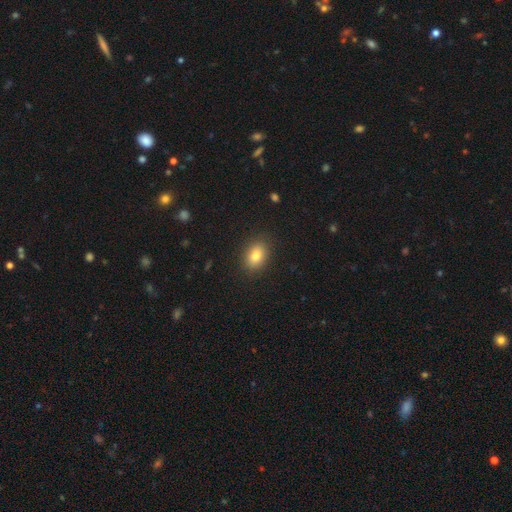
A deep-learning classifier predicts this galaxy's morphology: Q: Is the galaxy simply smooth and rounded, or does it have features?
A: smooth — 81%.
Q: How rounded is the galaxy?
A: in between — 72%.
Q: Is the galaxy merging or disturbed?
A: none — 88%.